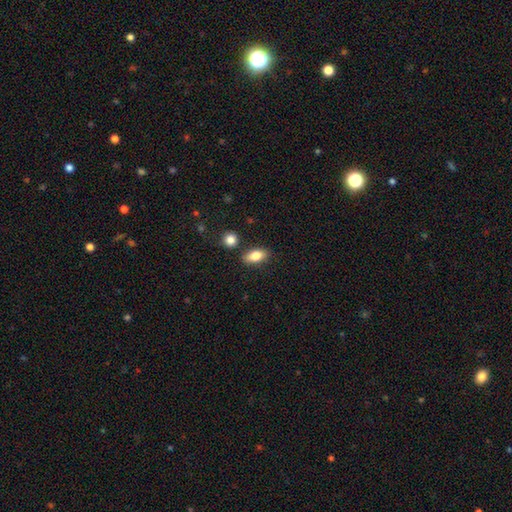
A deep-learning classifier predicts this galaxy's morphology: smooth 80%, featured or disk 13%, star or artifact 7%. Down the decision tree: how rounded — in between (85%); merging — none (82%).